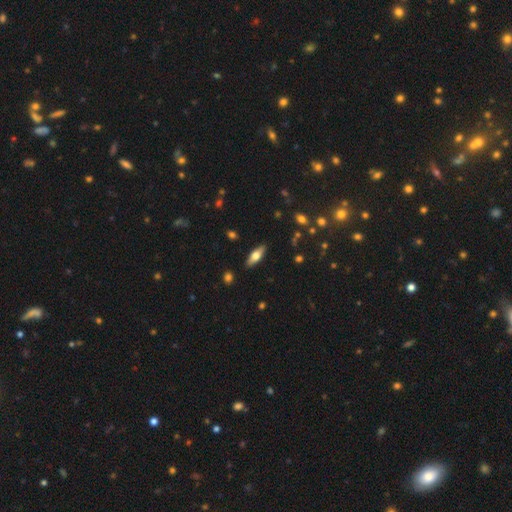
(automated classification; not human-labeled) The model was most divided on "smooth or featured": smooth: 59%, featured or disk: 35%, star or artifact: 6%. More confident: merging — none (88%); how rounded — in between (63%).